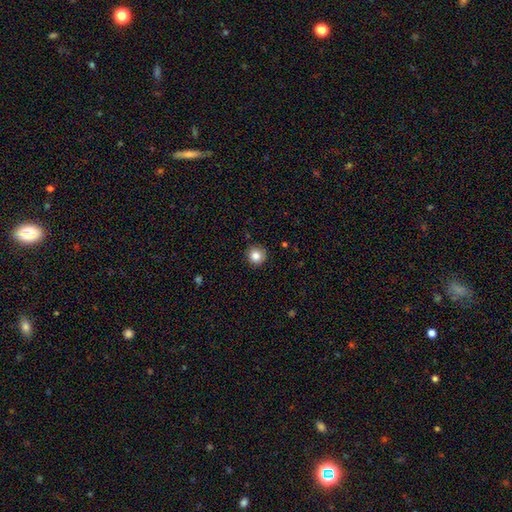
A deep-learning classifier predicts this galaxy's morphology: Smooth or featured: smooth — 84% (star or artifact — 10%)
How rounded: round — 94% (in between — 5%)
Merging: none — 90% (minor disturbance — 7%)